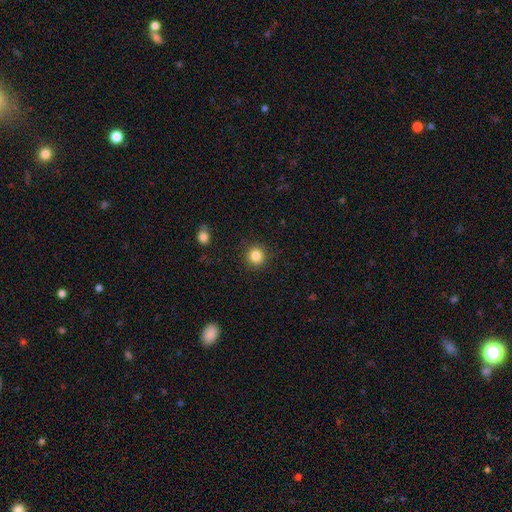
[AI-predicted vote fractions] smooth 84%, star or artifact 11%, featured or disk 5%. Down the decision tree: how rounded — round (93%); merging — none (91%).